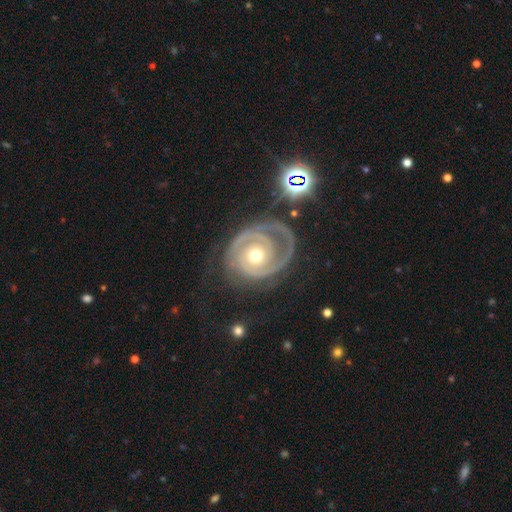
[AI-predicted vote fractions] Smooth or featured? Predicted: featured or disk (p=0.89). Edge-on disk? Predicted: no (p=0.98). Bar? Predicted: no (p=0.80). Spiral arms? Predicted: yes (p=0.96). Spiral winding? Predicted: tight (p=0.72). Spiral arm count? Predicted: 2 (p=0.57). Bulge size? Predicted: moderate (p=0.72). Merging? Predicted: none (p=0.61).